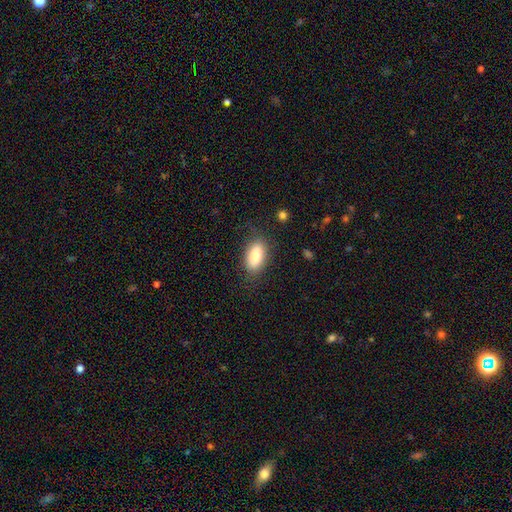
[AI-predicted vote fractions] A smooth galaxy with no disk features (82%) that is in between round and cigar-shaped (89%). Merging: none (77%).